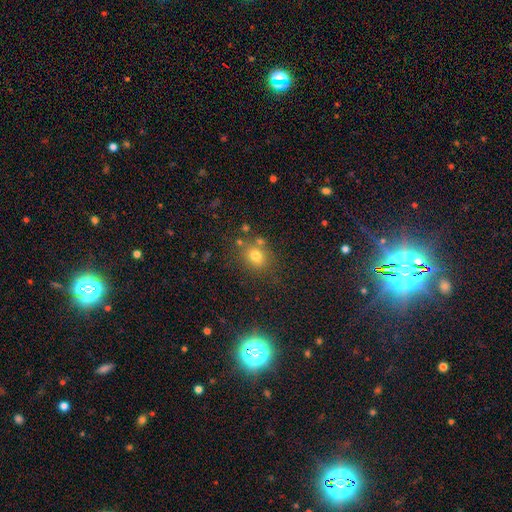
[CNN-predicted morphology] The model was most divided on "how rounded": round: 70%, in between: 29%, cigar-shaped: 1%. More confident: smooth or featured — smooth (74%); merging — none (71%).